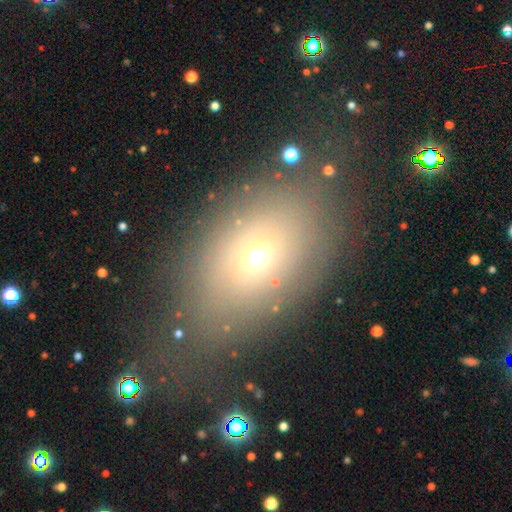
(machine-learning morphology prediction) Smooth or featured? smooth (63%)
How rounded? in between (75%)
Merging? none (75%)